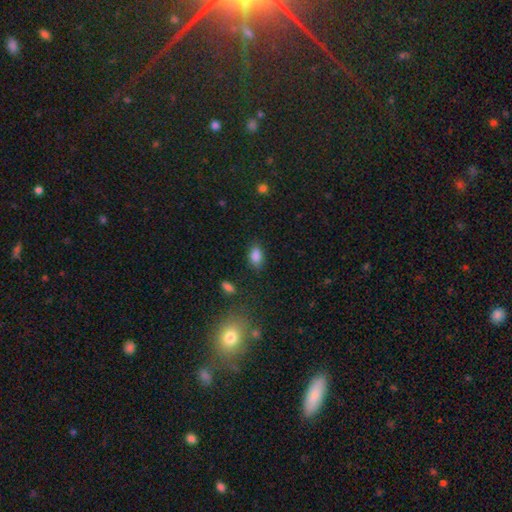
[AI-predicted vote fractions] smooth_or_featured: smooth (p=0.85) [alt: star or artifact p=0.10]
how_rounded: in between (p=0.88) [alt: round p=0.09]
merging: none (p=0.80) [alt: minor disturbance p=0.14]